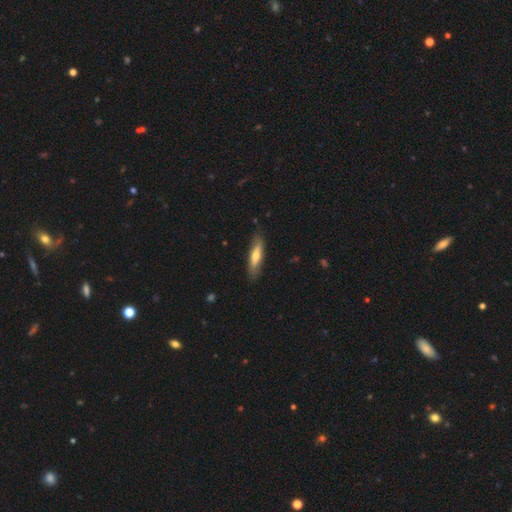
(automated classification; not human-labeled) This is possibly a smooth galaxy (59%). How rounded: likely cigar-shaped (71%). Merging: clearly none (82%).